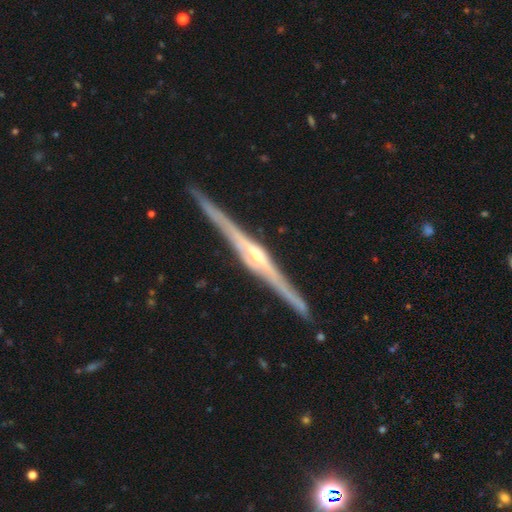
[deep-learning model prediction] This is clearly a featured or disk galaxy (90%). It is clearly viewed edge-on (99%). Edge-on bulge: likely rounded (65%). Merging: clearly none (91%).